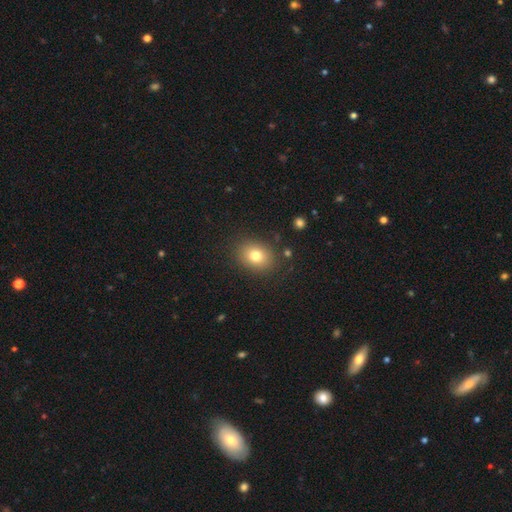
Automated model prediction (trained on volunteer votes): This appears to be a smooth galaxy with no disk features (79%) that is in between round and cigar-shaped (51%). Merging: none (85%).